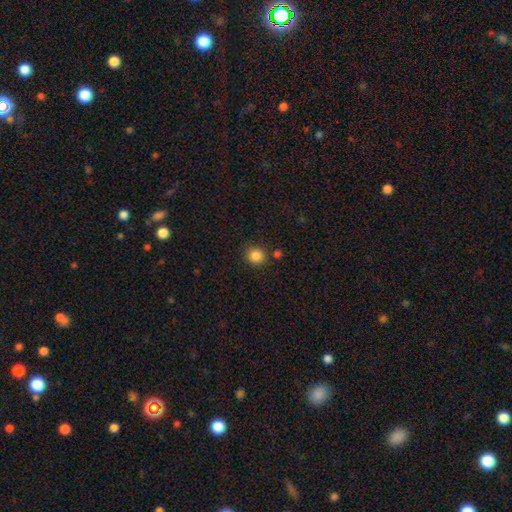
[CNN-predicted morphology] Overall: smooth (86%). How rounded: round (85%). Merging: none (82%).